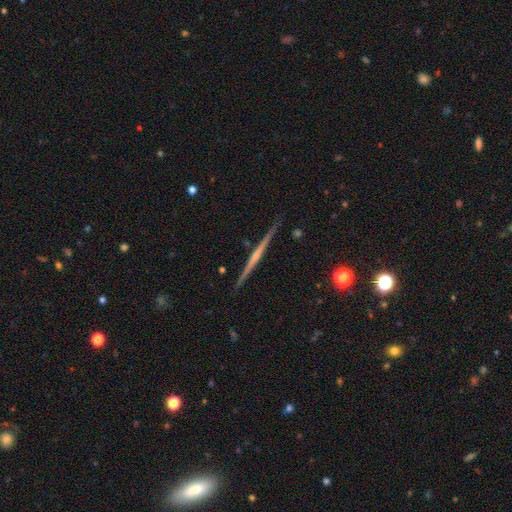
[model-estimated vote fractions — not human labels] Morphology: type=featured or disk (77%); edge-on=yes (98%); edge-on bulge=none (52%); merging=none (91%).